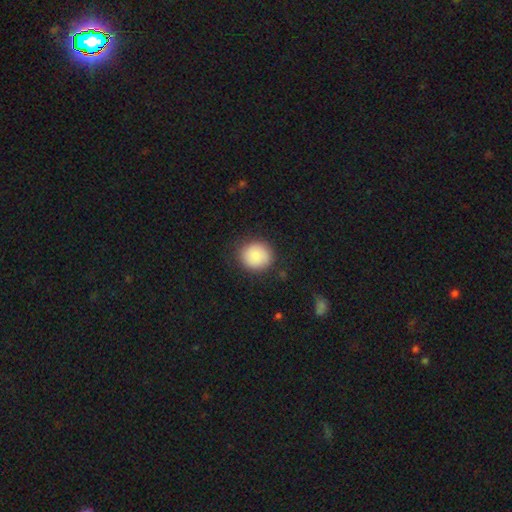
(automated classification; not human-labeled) Smooth or featured: smooth — 84% (featured or disk — 8%)
How rounded: round — 88% (in between — 11%)
Merging: none — 85% (minor disturbance — 10%)